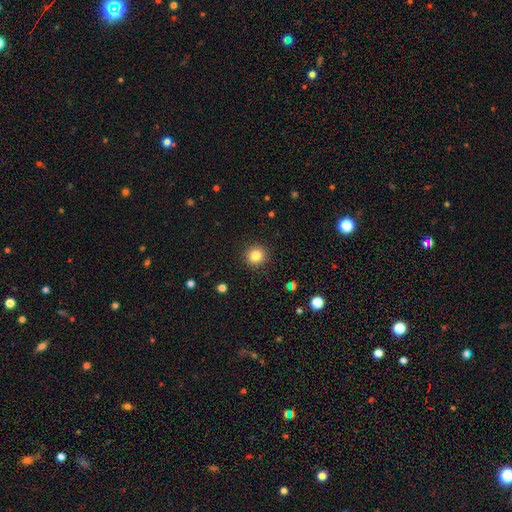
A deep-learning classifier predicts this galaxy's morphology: smooth 83%, star or artifact 11%, featured or disk 5%. Down the decision tree: how rounded — round (93%); merging — none (92%).